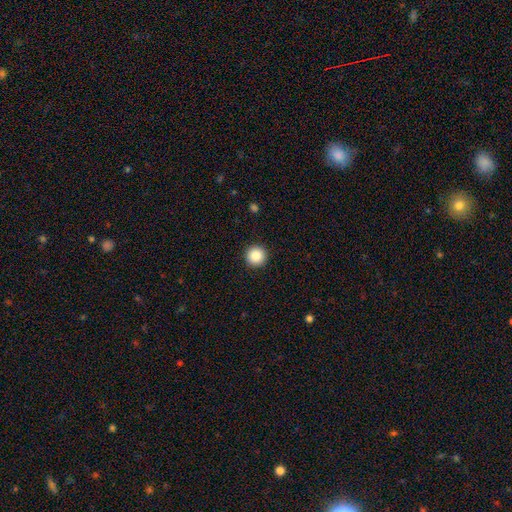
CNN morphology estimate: This appears to be a smooth galaxy with no disk features (88%) that is round (96%). Merging: none (93%).